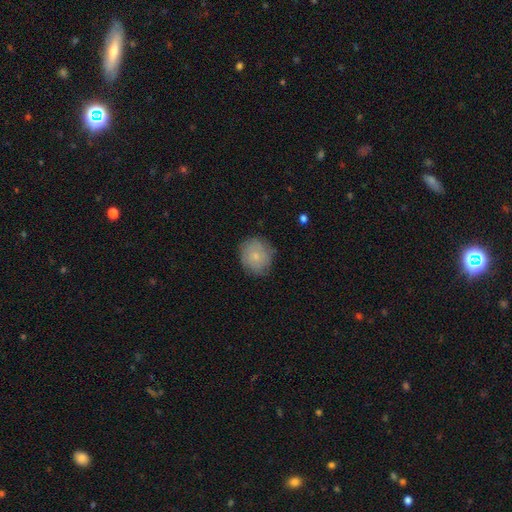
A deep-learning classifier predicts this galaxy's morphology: A smooth galaxy with no disk features (72%) that is round (84%). Merging: none (78%).